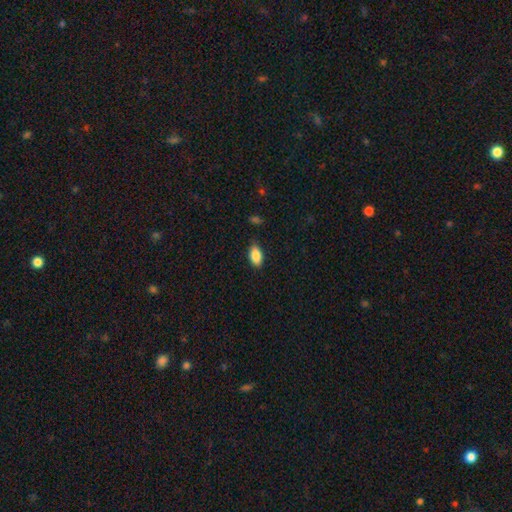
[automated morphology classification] A smooth galaxy with no disk features (87%) that is in between round and cigar-shaped (91%). Merging: none (83%).